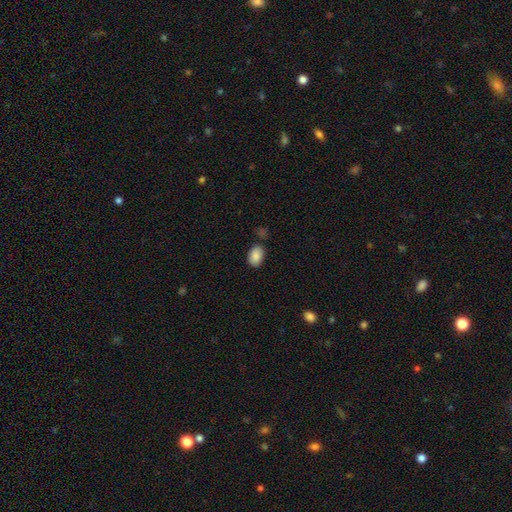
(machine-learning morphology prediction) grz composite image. It shows a smooth galaxy with no disk features (88%) that is in between round and cigar-shaped (87%). Merging: none (78%).